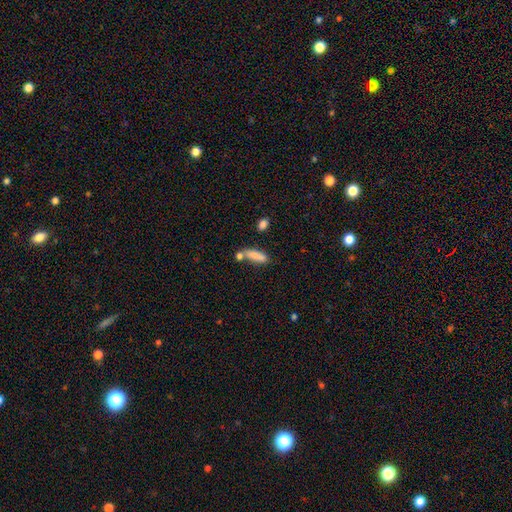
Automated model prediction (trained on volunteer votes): The model was most divided on "how rounded": cigar-shaped: 51%, in between: 46%, round: 3%. More confident: smooth or featured — smooth (83%); merging — none (52%).